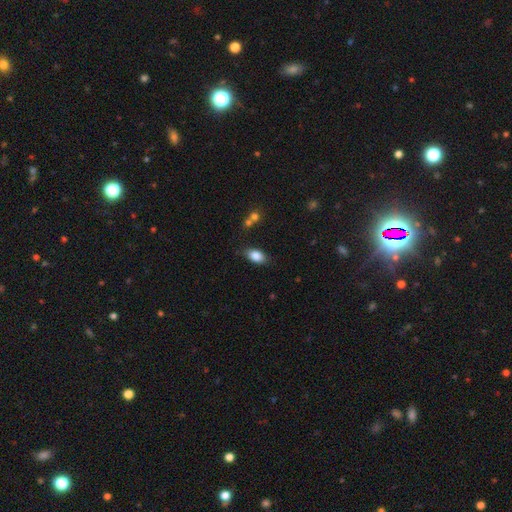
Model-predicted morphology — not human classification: A smooth galaxy with no disk features (85%) that is in between round and cigar-shaped (90%). Merging: none (80%).